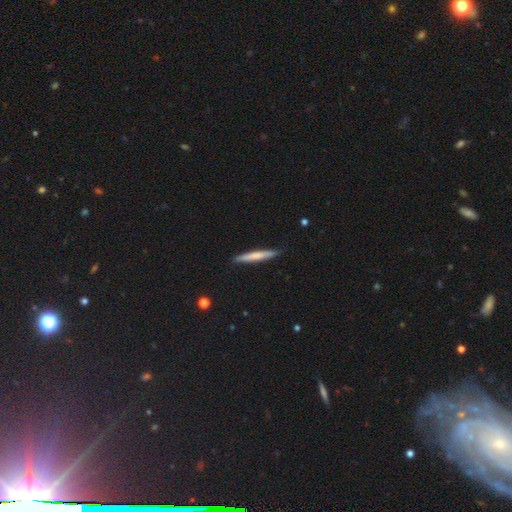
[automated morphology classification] A smooth galaxy with no disk features (61%) that is cigar-shaped (95%).

Vote fractions:
- Smooth or featured? smooth: 61% / featured or disk: 33% / star or artifact: 5%
- How rounded? cigar-shaped: 95% / in between: 4% / round: 1%
- Merging? none: 86% / minor disturbance: 11% / major disturbance: 2% / merger: 1%